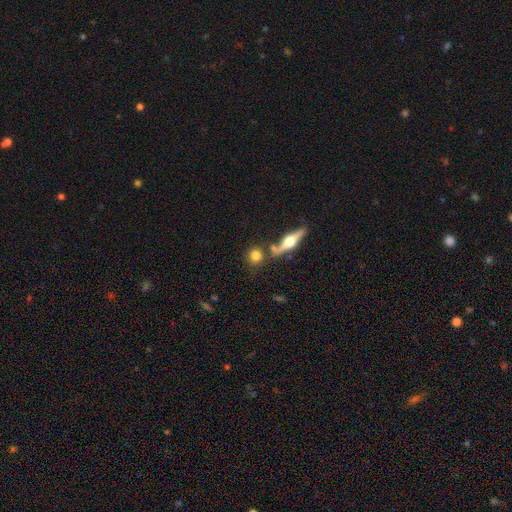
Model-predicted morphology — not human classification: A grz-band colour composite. It shows a smooth galaxy with no disk features (71%) that is round (79%). Merging: none (68%).